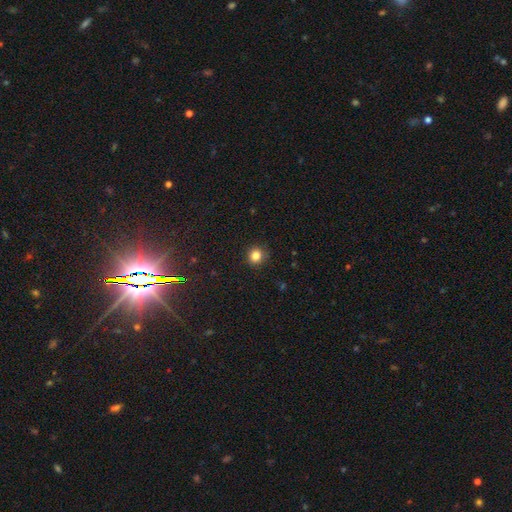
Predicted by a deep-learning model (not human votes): Q: Smooth or featured?
A: smooth (84%); runner-up: star or artifact (12%)
Q: How rounded?
A: round (83%); runner-up: in between (16%)
Q: Merging?
A: none (88%); runner-up: minor disturbance (9%)